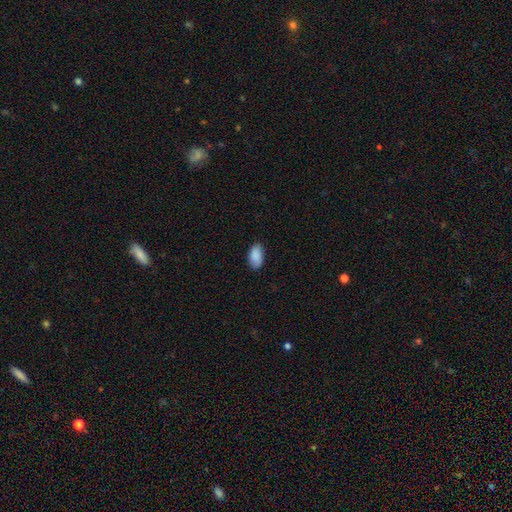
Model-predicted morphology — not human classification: The model was most divided on "merging": none: 84%, minor disturbance: 12%, major disturbance: 2%, merger: 1%. More confident: how rounded — in between (94%); smooth or featured — smooth (89%).